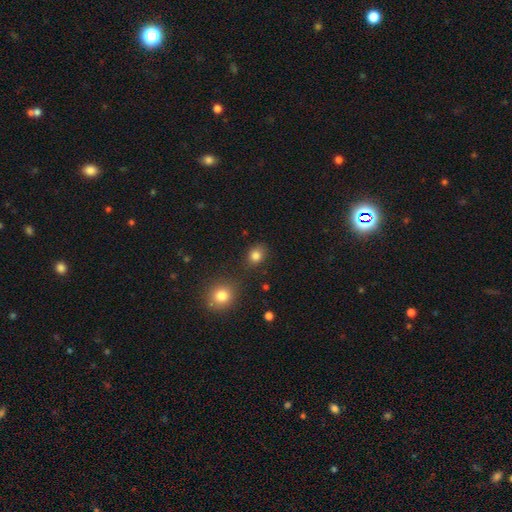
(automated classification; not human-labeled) This is clearly a smooth galaxy (83%). How rounded: likely round (67%). Merging: likely none (79%).